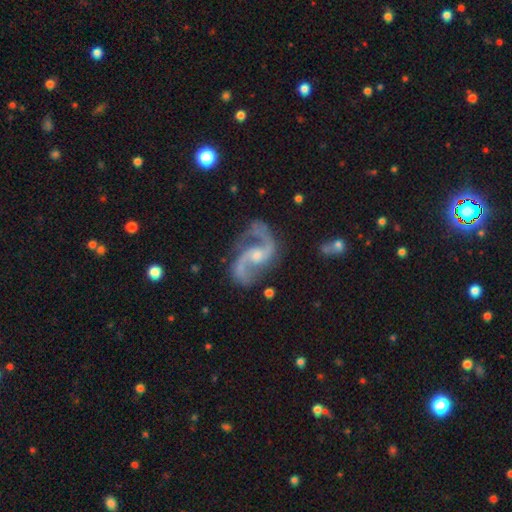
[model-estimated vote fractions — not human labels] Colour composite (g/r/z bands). It shows a featured or disk galaxy (93%) with no bar (54%), 2 (94%) medium (49%) spiral arms (98%) and a small central bulge (49%). Merging: none (72%).